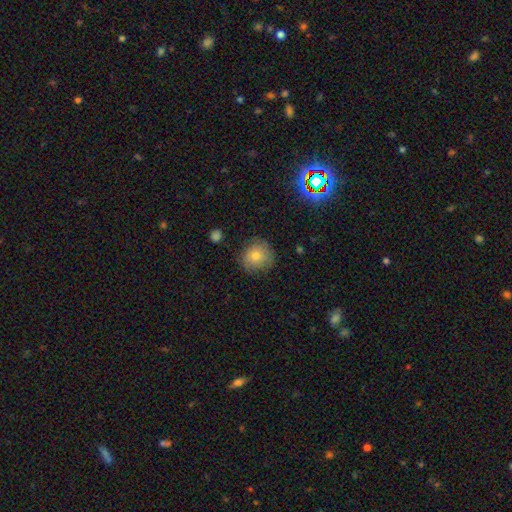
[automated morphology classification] Overall: smooth (71%). How rounded: round (89%). Merging: none (78%).